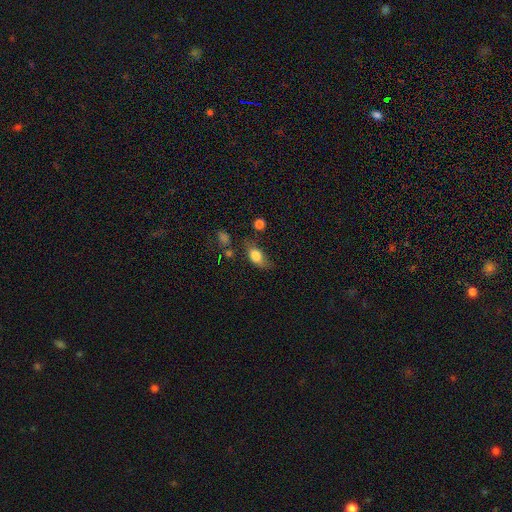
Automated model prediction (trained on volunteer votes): Q: Smooth or featured?
A: smooth (78%); runner-up: featured or disk (14%)
Q: How rounded?
A: in between (81%); runner-up: round (14%)
Q: Merging?
A: none (47%); runner-up: minor disturbance (32%)